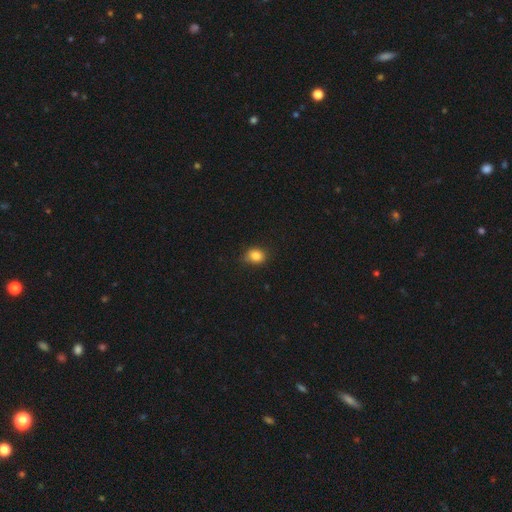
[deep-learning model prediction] A smooth galaxy with no disk features (84%) that is round (53%). Merging: none (75%).